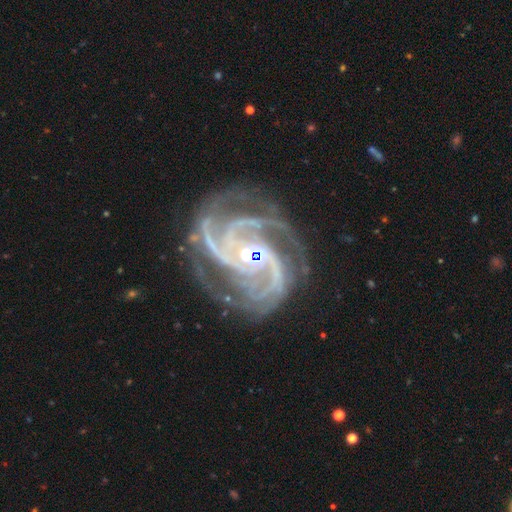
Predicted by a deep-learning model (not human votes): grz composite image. It shows a featured or disk galaxy (93%) with no bar (47%), 3 (36%) tight (52%) spiral arms (99%) and a small central bulge (59%). Merging: none (72%).